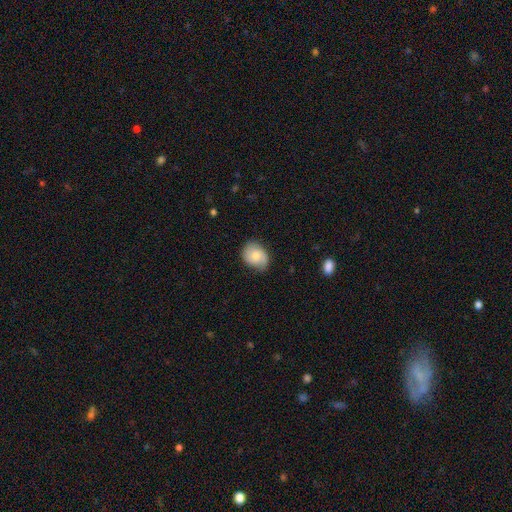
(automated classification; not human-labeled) A smooth galaxy with no disk features (69%) that is in between round and cigar-shaped (58%). Merging: none (71%).